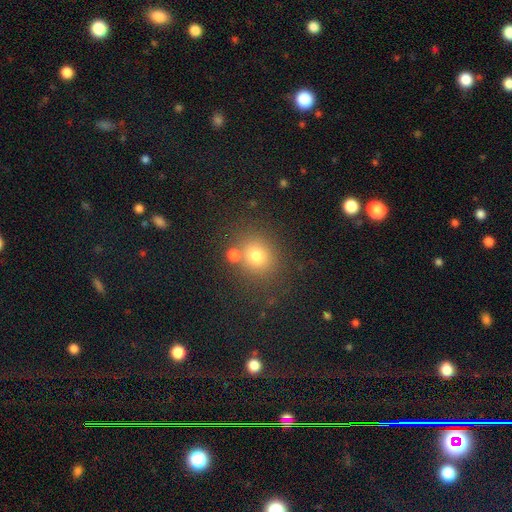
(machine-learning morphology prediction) type=smooth (74%); roundness=round (80%); merging=none (75%).